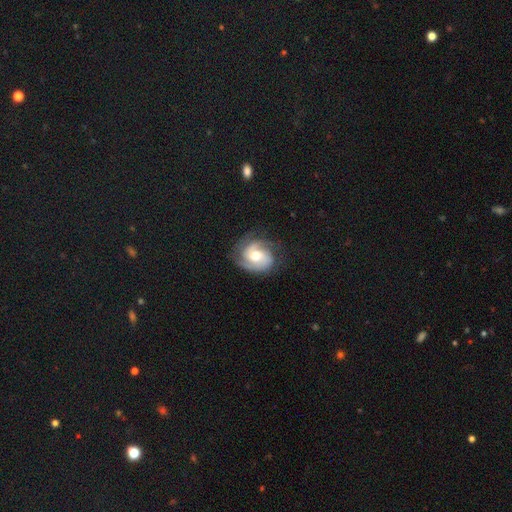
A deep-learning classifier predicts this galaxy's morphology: smooth-or-featured: featured or disk: 81% | smooth: 13% | star or artifact: 5%
  disk-edge-on: no: 98% | yes: 2%
    bar: no: 63% | weak: 30% | strong: 7%
    has-spiral-arms: yes: 95% | no: 5%
      spiral-winding: tight: 48% | medium: 40% | loose: 13%
      spiral-arm-count: 2: 46% | 3: 27% | can't tell: 14% | 1: 7% | 4: 4% | more than 4: 3%
    bulge-size: moderate: 72% | small: 17% | large: 8% | none: 1% | dominant: 1%
  merging: none: 70% | minor disturbance: 20% | major disturbance: 9% | merger: 1%